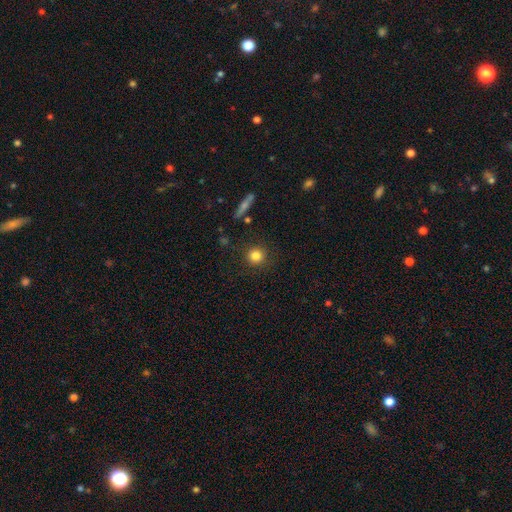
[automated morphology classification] Smooth or featured? Predicted: smooth (p=0.82). How rounded? Predicted: round (p=0.94). Merging? Predicted: none (p=0.89).